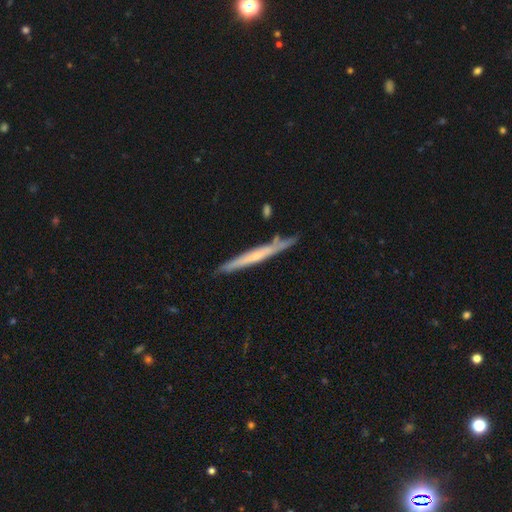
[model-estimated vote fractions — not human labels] Smooth or featured? Predicted: featured or disk (p=0.58). Edge-on disk? Predicted: yes (p=0.93). Edge-on bulge? Predicted: none (p=0.63). Merging? Predicted: none (p=0.78).